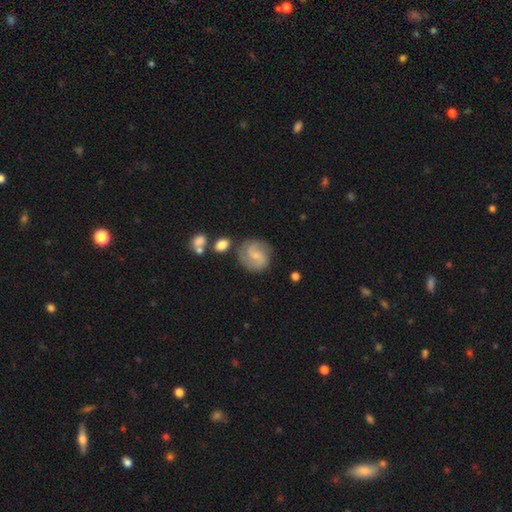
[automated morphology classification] This appears to be a featured or disk galaxy (71%) with a weak bar (48%), 2 (85%) medium (49%) spiral arms (93%) and a small central bulge (64%). Merging: none (75%).